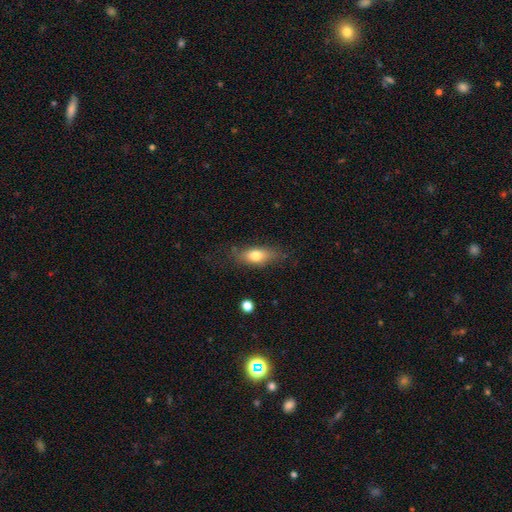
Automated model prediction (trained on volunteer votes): smooth 74%, featured or disk 18%, star or artifact 8%. Down the decision tree: how rounded — in between (78%); merging — none (71%).